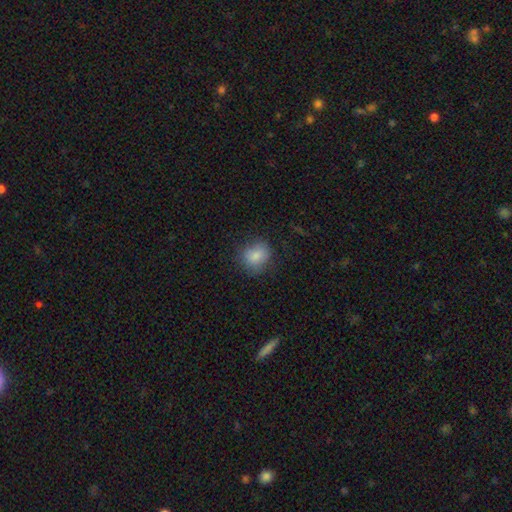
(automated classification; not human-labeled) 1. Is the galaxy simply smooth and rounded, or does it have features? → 83% smooth, 9% star or artifact, 8% featured or disk.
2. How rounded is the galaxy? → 61% round, 38% in between, 1% cigar-shaped.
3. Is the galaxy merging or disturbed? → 72% none, 20% minor disturbance, 7% major disturbance, 1% merger.